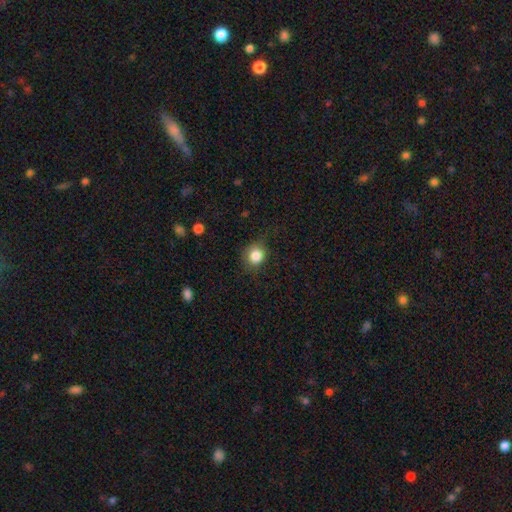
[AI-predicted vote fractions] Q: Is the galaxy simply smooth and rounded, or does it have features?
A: smooth — 85%.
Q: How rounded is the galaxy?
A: round — 83%.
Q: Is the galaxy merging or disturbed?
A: none — 74%.